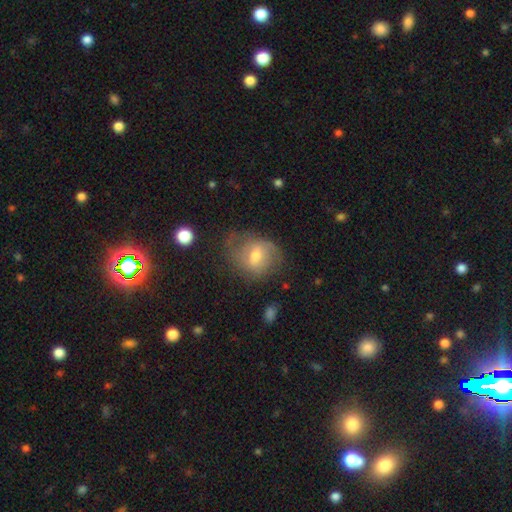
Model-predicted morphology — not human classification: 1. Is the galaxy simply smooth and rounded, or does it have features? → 50% featured or disk, 42% smooth, 9% star or artifact.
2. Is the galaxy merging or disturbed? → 49% none, 28% minor disturbance, 20% major disturbance, 2% merger.